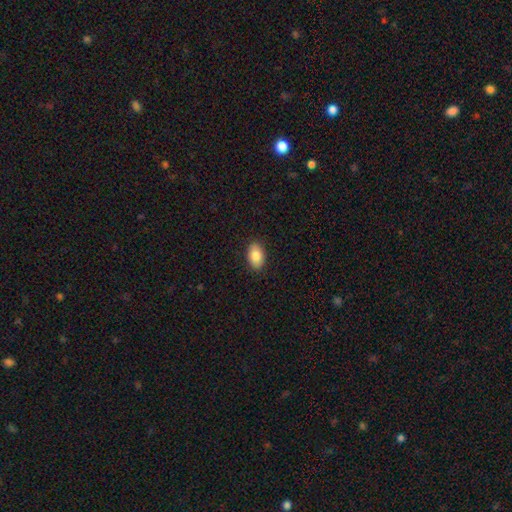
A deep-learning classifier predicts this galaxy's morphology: Smooth or featured?
  - smooth: 85% *
  - featured or disk: 8%
  - star or artifact: 7%
How rounded?
  - in between: 91% *
  - round: 7%
  - cigar-shaped: 1%
Merging?
  - none: 89% *
  - minor disturbance: 8%
  - major disturbance: 2%
  - merger: 1%